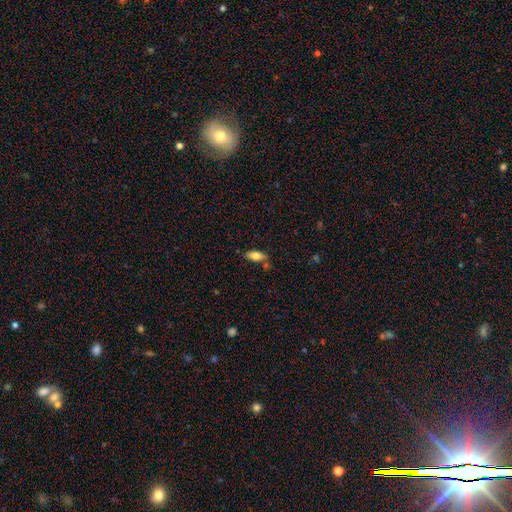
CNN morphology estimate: This is likely a smooth galaxy (72%). How rounded: likely in between (79%). Merging: likely none (71%).